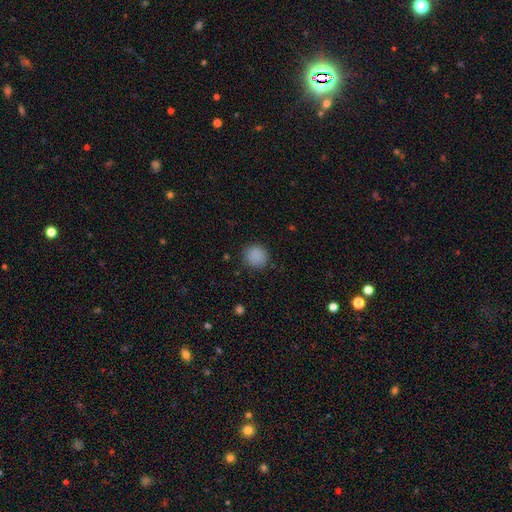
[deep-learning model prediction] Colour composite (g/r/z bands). It shows a smooth galaxy with no disk features (86%) that is round (89%). Merging: none (85%).